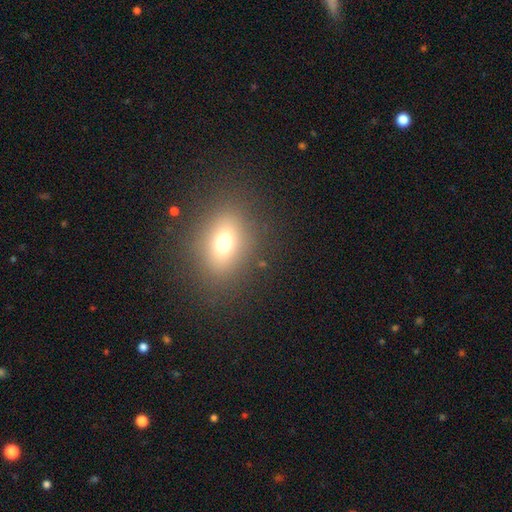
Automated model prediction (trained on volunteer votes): Smooth or featured: smooth — 60% (star or artifact — 24%)
How rounded: in between — 65% (round — 30%)
Merging: none — 89% (minor disturbance — 7%)